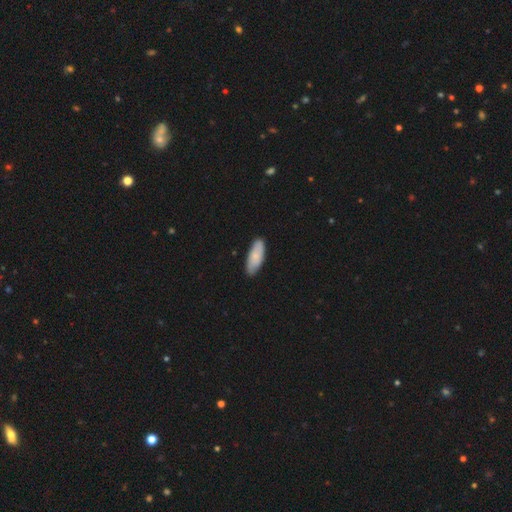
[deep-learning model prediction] smooth-or-featured: smooth: 77% | featured or disk: 17% | star or artifact: 5%
  how-rounded: in between: 71% | cigar-shaped: 28% | round: 2%
  merging: none: 85% | minor disturbance: 12% | major disturbance: 2% | merger: 1%